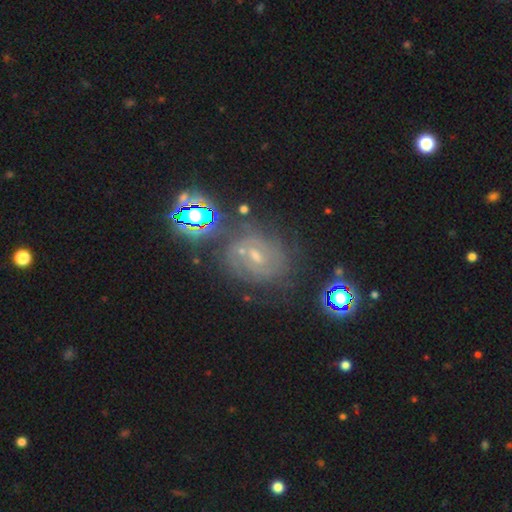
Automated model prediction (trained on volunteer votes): Smooth or featured? Predicted: featured or disk (p=0.52). Edge-on disk? Predicted: no (p=0.95). Merging? Predicted: none (p=0.74).